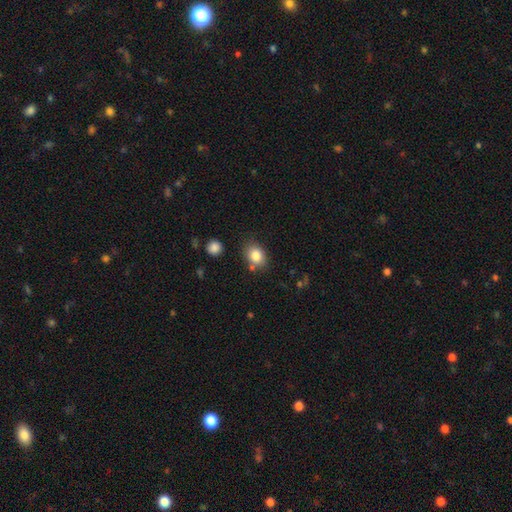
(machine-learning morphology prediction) This appears to be a smooth galaxy with no disk features (84%) that is in between round and cigar-shaped (61%). Merging: none (76%).